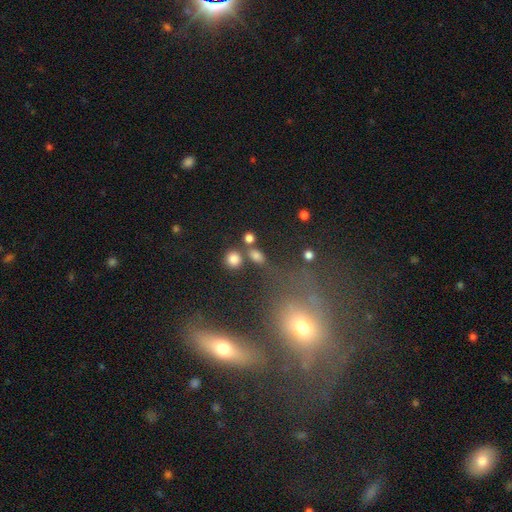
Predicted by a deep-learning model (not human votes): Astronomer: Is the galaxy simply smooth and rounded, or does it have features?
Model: smooth — 73%.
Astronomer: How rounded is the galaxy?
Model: round — 59% (runner-up: in between, 36%).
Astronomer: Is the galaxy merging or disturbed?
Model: none — 70%.